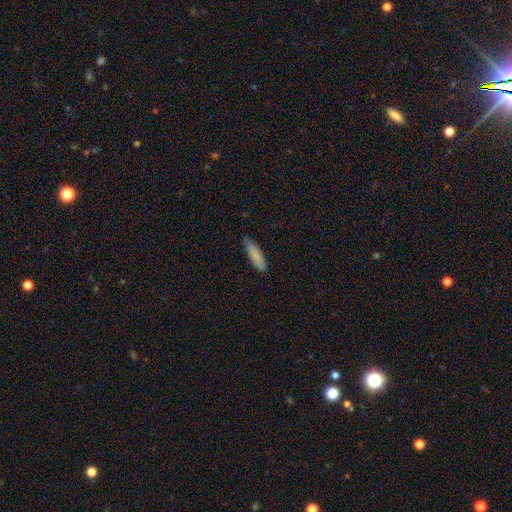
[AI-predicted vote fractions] smooth 84%, featured or disk 10%, star or artifact 6%. Down the decision tree: how rounded — cigar-shaped (62%); merging — none (72%).